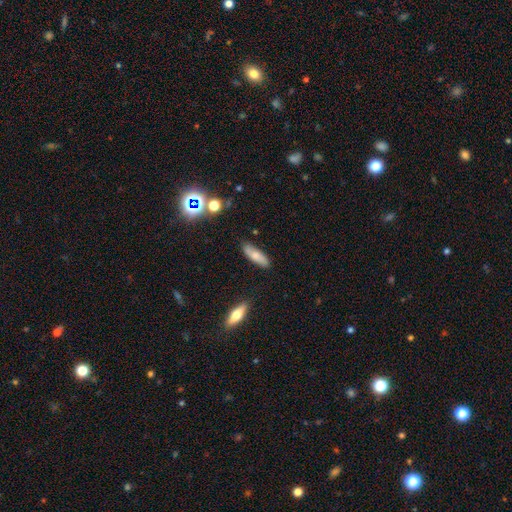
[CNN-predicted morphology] A smooth galaxy with no disk features (68%) that is in between round and cigar-shaped (51%).

Vote fractions:
- Smooth or featured? smooth: 68% / featured or disk: 25% / star or artifact: 7%
- How rounded? in between: 51% / cigar-shaped: 46% / round: 2%
- Merging? none: 82% / minor disturbance: 13% / major disturbance: 2% / merger: 2%